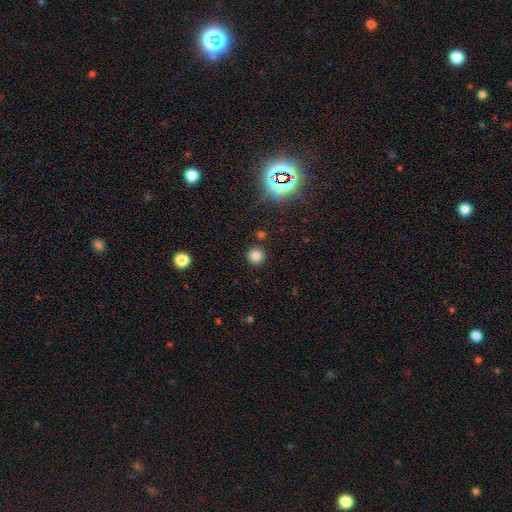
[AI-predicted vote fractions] Smooth or featured?
  - smooth: 80% *
  - star or artifact: 15%
  - featured or disk: 5%
How rounded?
  - round: 94% *
  - in between: 5%
  - cigar-shaped: 1%
Merging?
  - none: 89% *
  - minor disturbance: 6%
  - merger: 3%
  - major disturbance: 2%